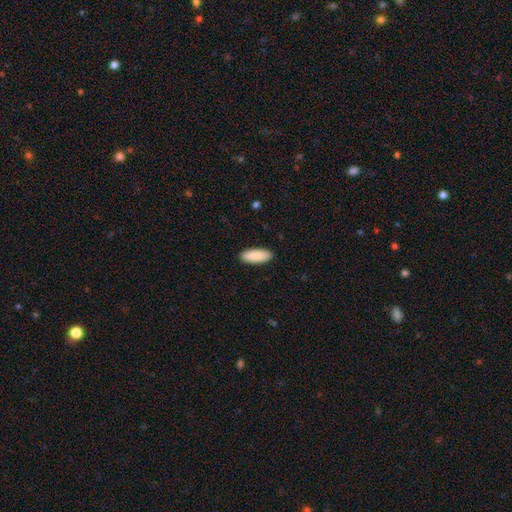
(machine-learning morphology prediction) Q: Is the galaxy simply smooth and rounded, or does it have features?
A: smooth — 88%.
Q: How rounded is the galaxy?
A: in between — 73%.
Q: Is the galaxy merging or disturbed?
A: none — 91%.